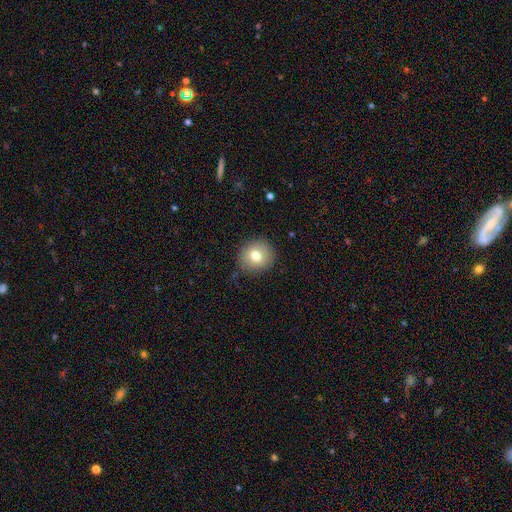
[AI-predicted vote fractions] smooth 76%, featured or disk 14%, star or artifact 10%. Down the decision tree: how rounded — round (86%); merging — none (85%).